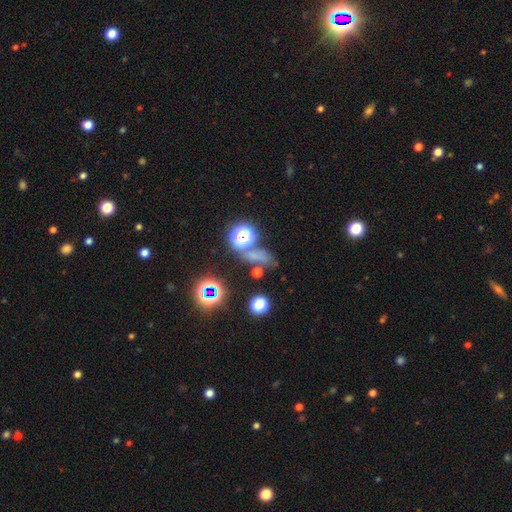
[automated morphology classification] Q: Smooth or featured?
A: smooth (51%); runner-up: star or artifact (38%)
Q: How rounded?
A: in between (45%); runner-up: round (37%)
Q: Merging?
A: none (60%); runner-up: minor disturbance (16%)